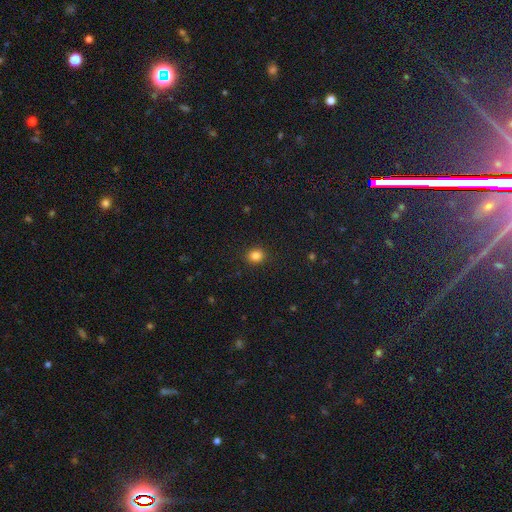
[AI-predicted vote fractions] Smooth or featured: smooth — 84% (star or artifact — 12%)
How rounded: round — 74% (in between — 25%)
Merging: none — 90% (minor disturbance — 7%)